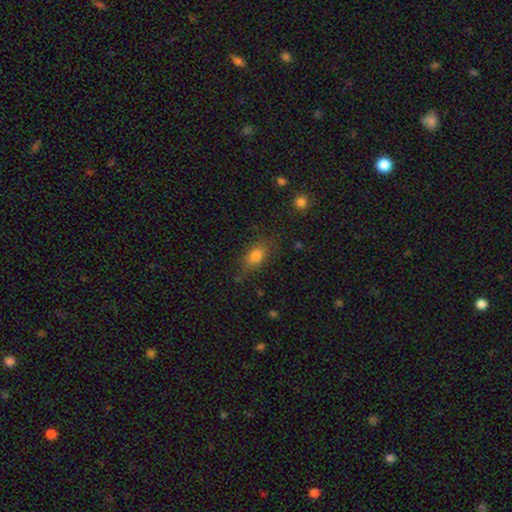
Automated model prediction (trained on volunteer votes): A smooth galaxy with no disk features (79%) that is in between round and cigar-shaped (81%). Merging: none (73%).